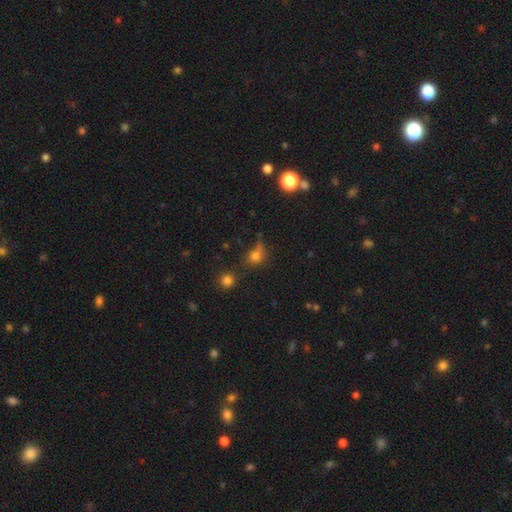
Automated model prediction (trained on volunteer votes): Smooth or featured?
  - smooth: 71% *
  - star or artifact: 19%
  - featured or disk: 10%
How rounded?
  - round: 70% *
  - in between: 28%
  - cigar-shaped: 2%
Merging?
  - none: 51% *
  - minor disturbance: 22%
  - major disturbance: 14%
  - merger: 13%